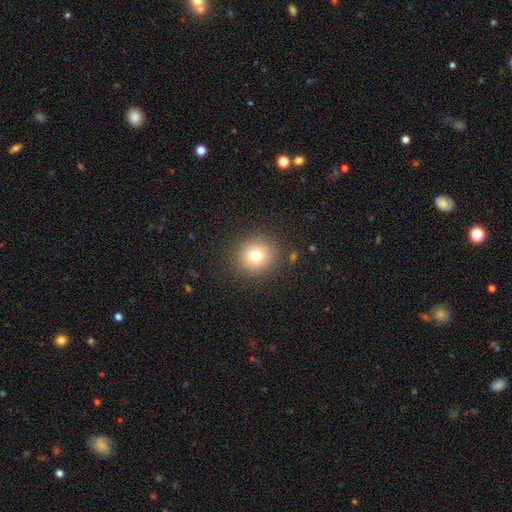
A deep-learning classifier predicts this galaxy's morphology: Smooth or featured? Predicted: smooth (p=0.76). How rounded? Predicted: round (p=0.90). Merging? Predicted: none (p=0.89).